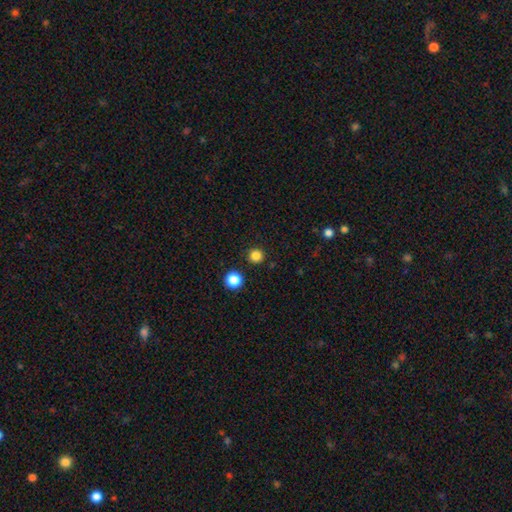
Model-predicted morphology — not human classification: This appears to be a smooth galaxy with no disk features (82%) that is round (95%). Merging: none (91%).